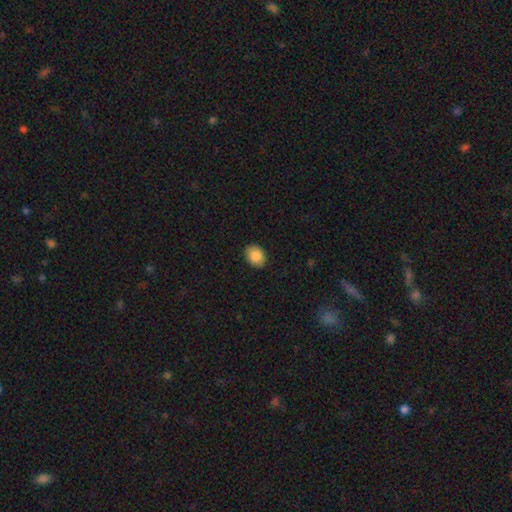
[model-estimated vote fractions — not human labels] Smooth or featured? smooth (86%)
How rounded? in between (64%)
Merging? none (88%)